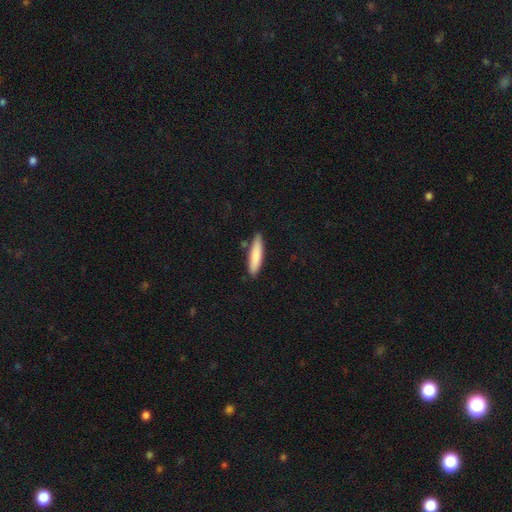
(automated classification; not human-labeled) Smooth or featured: smooth — 83% (featured or disk — 11%)
How rounded: cigar-shaped — 80% (in between — 19%)
Merging: none — 82% (minor disturbance — 13%)